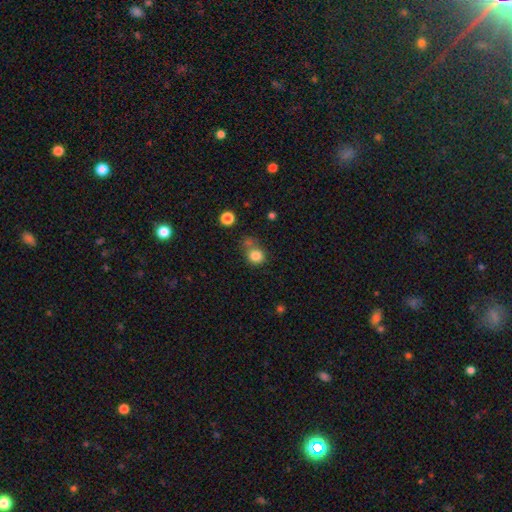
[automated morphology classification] smooth-or-featured: smooth: 82% | star or artifact: 11% | featured or disk: 7%
  how-rounded: round: 78% | in between: 21% | cigar-shaped: 1%
  merging: none: 52% | merger: 23% | minor disturbance: 17% | major disturbance: 7%